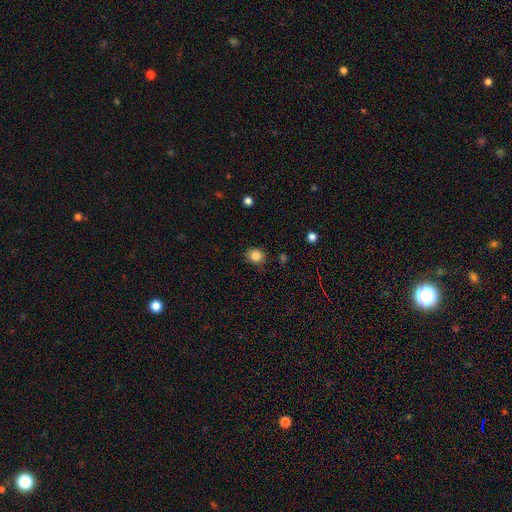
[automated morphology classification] A smooth galaxy with no disk features (85%) that is round (77%). Merging: none (84%).